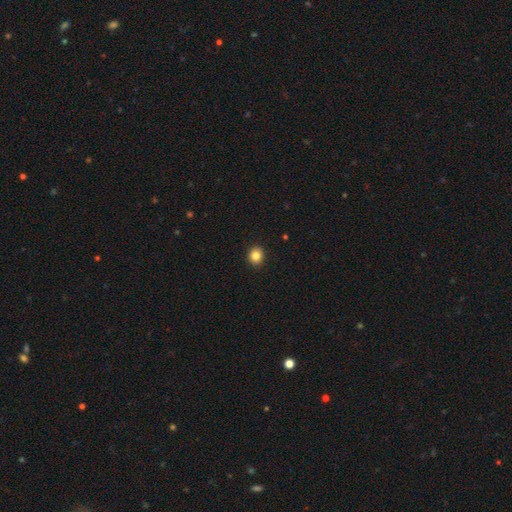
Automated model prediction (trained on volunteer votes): This appears to be a smooth galaxy with no disk features (85%) that is round (74%). Merging: none (91%).